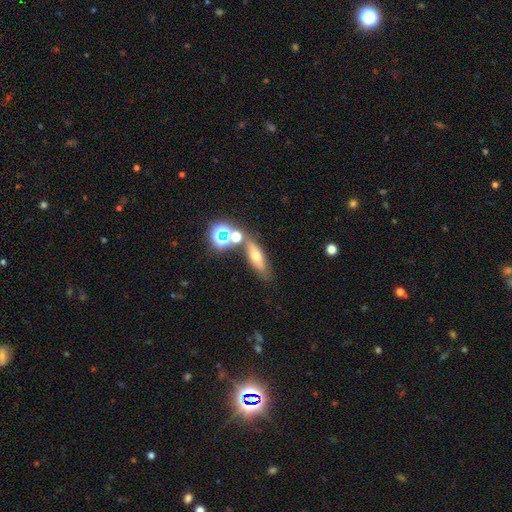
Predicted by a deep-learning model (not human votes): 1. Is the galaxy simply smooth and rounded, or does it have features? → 48% smooth, 30% featured or disk, 22% star or artifact.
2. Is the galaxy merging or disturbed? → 65% none, 16% merger, 13% minor disturbance, 6% major disturbance.